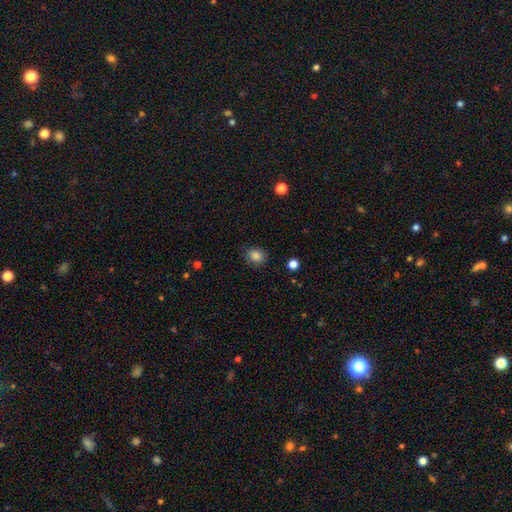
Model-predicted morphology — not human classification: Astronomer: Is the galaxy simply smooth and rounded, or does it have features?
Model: smooth — 85%.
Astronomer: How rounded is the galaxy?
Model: round — 60% (runner-up: in between, 39%).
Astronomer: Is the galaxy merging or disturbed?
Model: none — 83%.